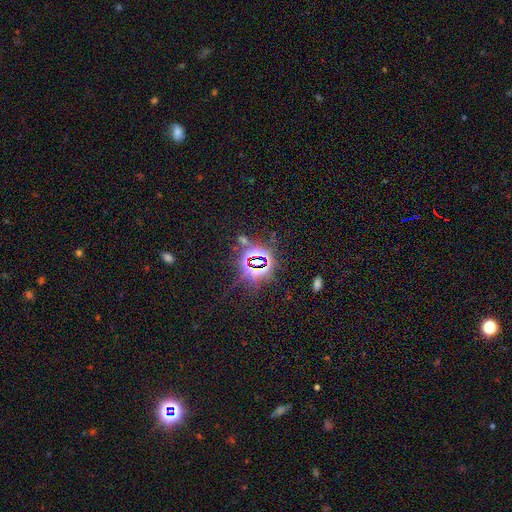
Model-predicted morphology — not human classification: Smooth or featured?
  - star or artifact: 83% *
  - smooth: 10%
  - featured or disk: 7%